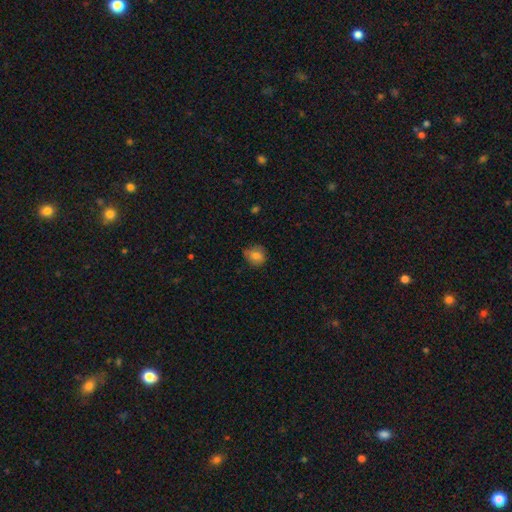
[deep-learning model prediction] Smooth or featured?
  - smooth: 80% *
  - featured or disk: 11%
  - star or artifact: 10%
How rounded?
  - round: 66% *
  - in between: 33%
  - cigar-shaped: 1%
Merging?
  - none: 71% *
  - minor disturbance: 22%
  - major disturbance: 6%
  - merger: 1%